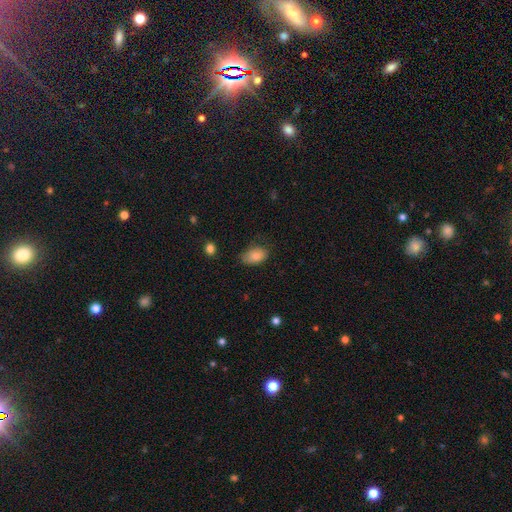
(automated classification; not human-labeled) A smooth galaxy with no disk features (82%) that is in between round and cigar-shaped (89%).

Vote fractions:
- Smooth or featured? smooth: 82% / featured or disk: 9% / star or artifact: 8%
- How rounded? in between: 89% / round: 10% / cigar-shaped: 1%
- Merging? none: 67% / minor disturbance: 26% / major disturbance: 5% / merger: 1%